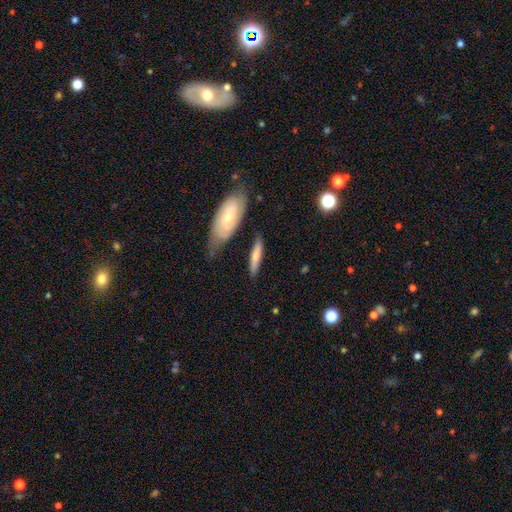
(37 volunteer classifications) smooth-or-featured: smooth: 73% | featured or disk: 22% | star or artifact: 5%
  how-rounded: cigar-shaped: 74% | in between: 26% | round: 0%
  merging: none: 66% | minor disturbance: 20% | merger: 9% | major disturbance: 6%